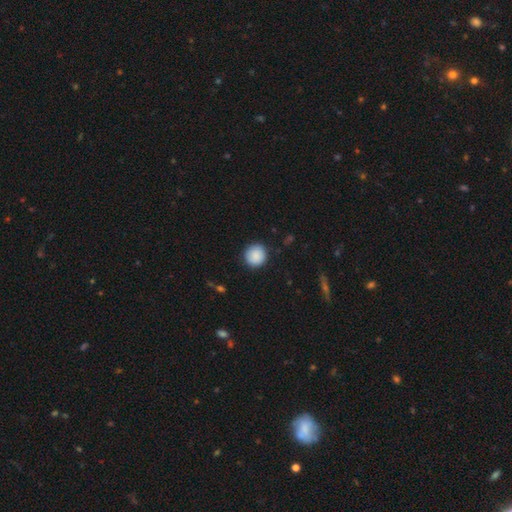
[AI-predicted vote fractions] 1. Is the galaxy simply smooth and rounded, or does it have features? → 89% smooth, 7% star or artifact, 4% featured or disk.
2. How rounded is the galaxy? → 92% round, 7% in between, 1% cigar-shaped.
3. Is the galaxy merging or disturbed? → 89% none, 8% minor disturbance, 2% major disturbance, 1% merger.